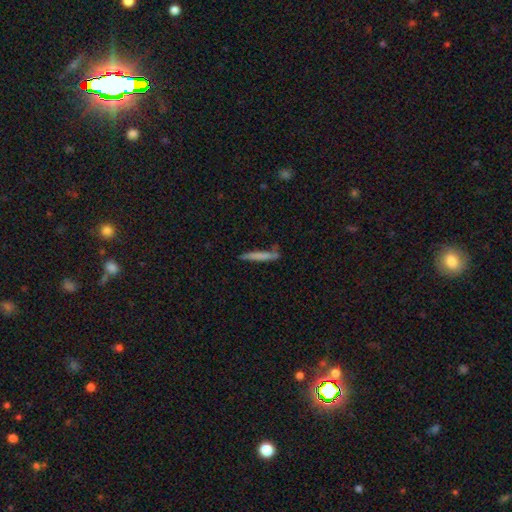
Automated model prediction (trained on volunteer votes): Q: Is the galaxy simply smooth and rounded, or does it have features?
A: smooth — 61%.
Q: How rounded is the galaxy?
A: cigar-shaped — 94%.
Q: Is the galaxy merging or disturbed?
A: none — 74%.